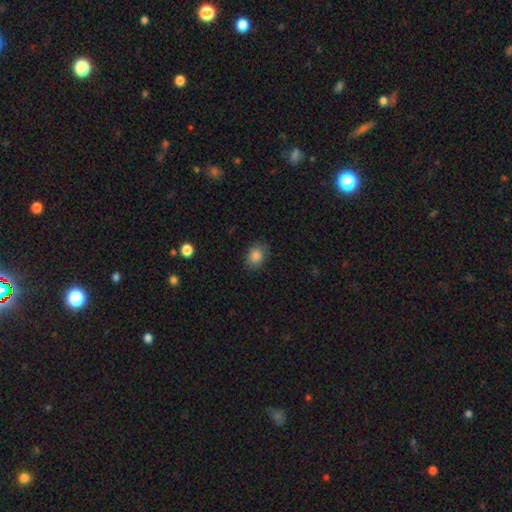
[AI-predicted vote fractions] Smooth or featured? Predicted: smooth (p=0.86). How rounded? Predicted: in between (p=0.57). Merging? Predicted: none (p=0.83).